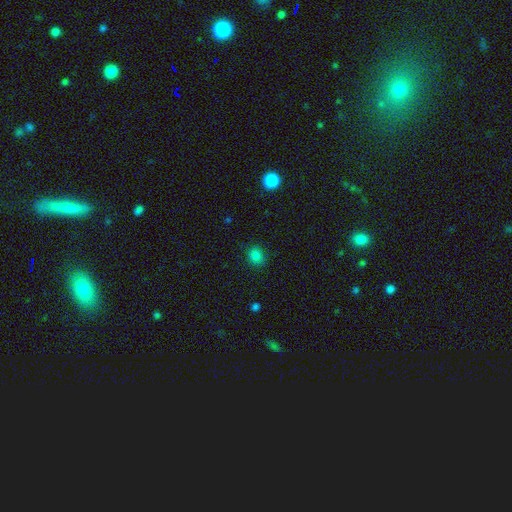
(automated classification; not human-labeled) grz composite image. It shows a smooth galaxy with no disk features (82%) that is round (73%). Merging: none (88%).